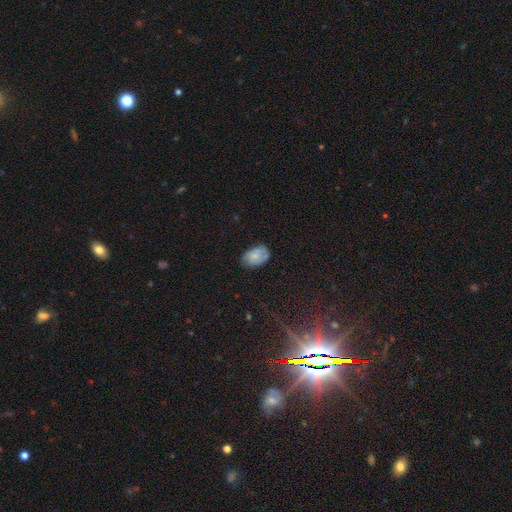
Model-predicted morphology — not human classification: Smooth or featured?
  - smooth: 56% *
  - featured or disk: 35%
  - star or artifact: 9%
How rounded?
  - in between: 87% *
  - round: 12%
  - cigar-shaped: 1%
Merging?
  - none: 65% *
  - minor disturbance: 27%
  - major disturbance: 6%
  - merger: 2%